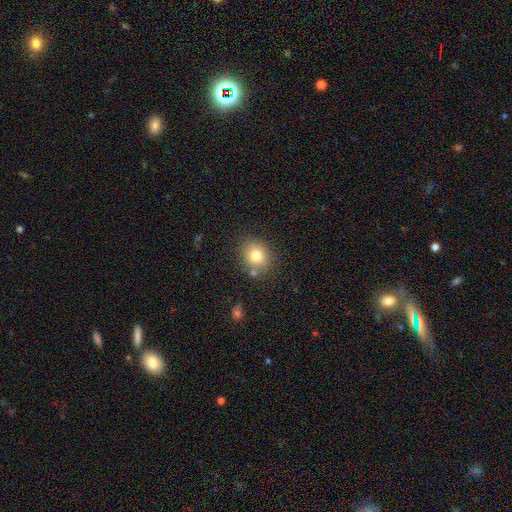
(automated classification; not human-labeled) This appears to be a smooth galaxy with no disk features (77%) that is round (66%). Merging: none (77%).